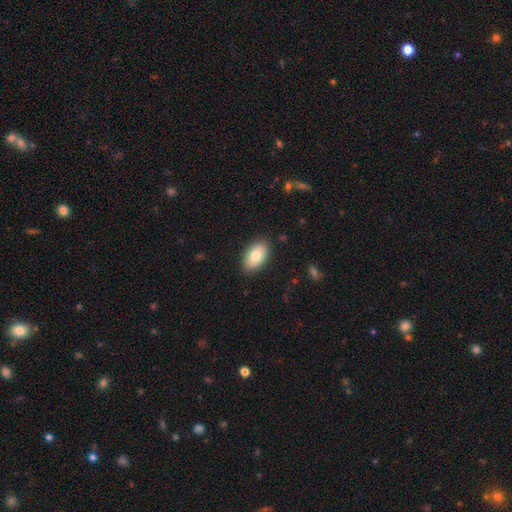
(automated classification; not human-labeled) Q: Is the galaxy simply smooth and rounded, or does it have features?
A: smooth — 79%.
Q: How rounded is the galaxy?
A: in between — 93%.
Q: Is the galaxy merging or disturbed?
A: none — 87%.